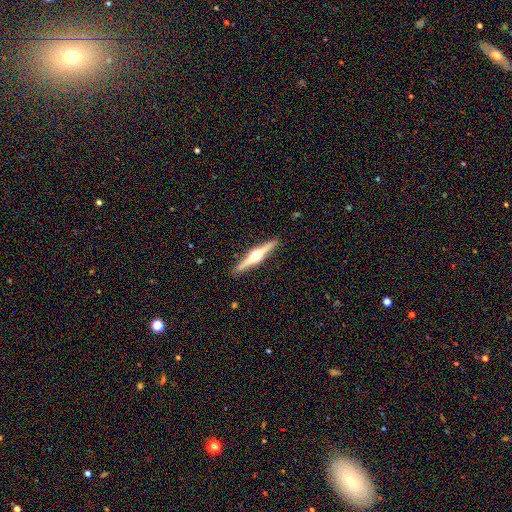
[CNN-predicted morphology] smooth-or-featured: featured or disk: 77% | smooth: 18% | star or artifact: 5%
  disk-edge-on: yes: 98% | no: 2%
    edge-on-bulge: rounded: 95% | boxy: 3% | none: 2%
  merging: none: 91% | minor disturbance: 6% | major disturbance: 1% | merger: 1%